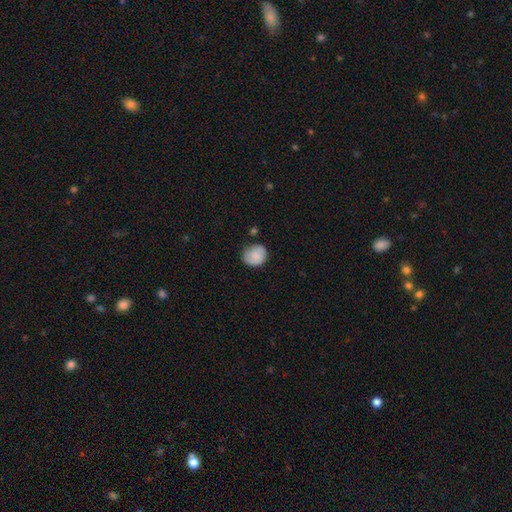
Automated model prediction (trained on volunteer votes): A smooth galaxy with no disk features (81%) that is round (79%). Merging: none (71%).